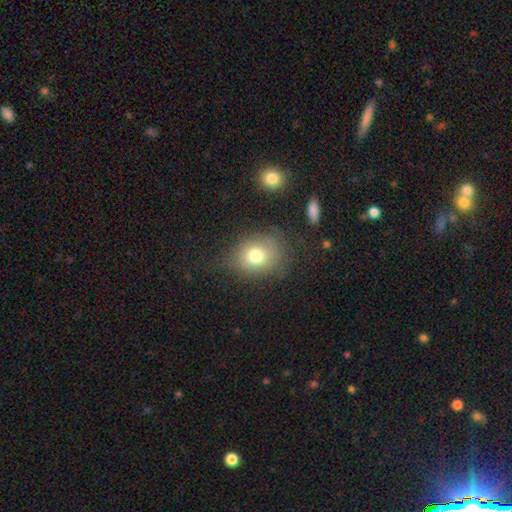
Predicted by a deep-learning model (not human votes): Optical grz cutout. It shows a smooth galaxy with no disk features (76%) that is in between round and cigar-shaped (50%). Merging: none (69%).